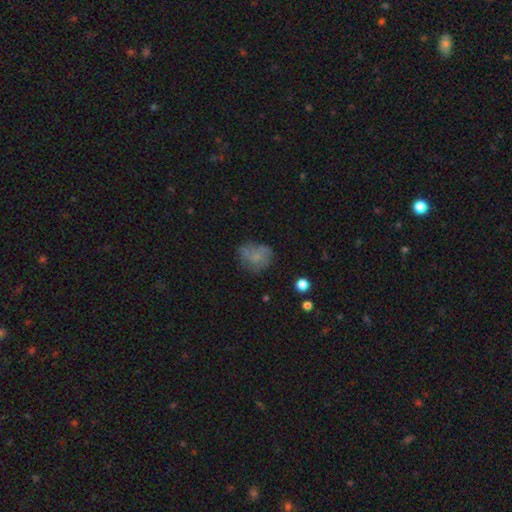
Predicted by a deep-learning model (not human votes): smooth-or-featured: smooth: 57% | featured or disk: 29% | star or artifact: 13%
  how-rounded: round: 62% | in between: 36% | cigar-shaped: 1%
  merging: none: 52% | minor disturbance: 26% | major disturbance: 17% | merger: 5%